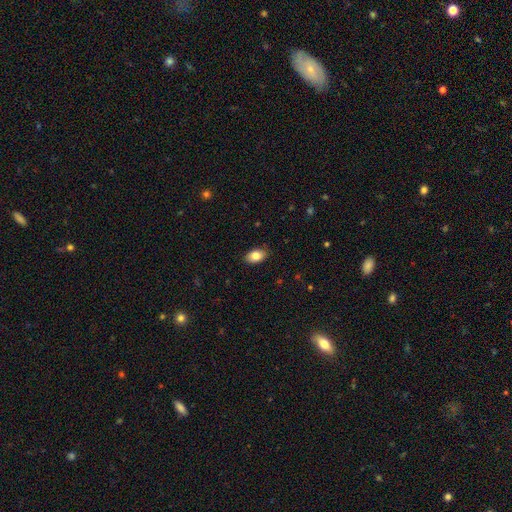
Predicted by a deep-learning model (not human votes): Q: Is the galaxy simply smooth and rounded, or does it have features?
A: smooth — 84%.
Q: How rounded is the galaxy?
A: in between — 89%.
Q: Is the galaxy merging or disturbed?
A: none — 87%.